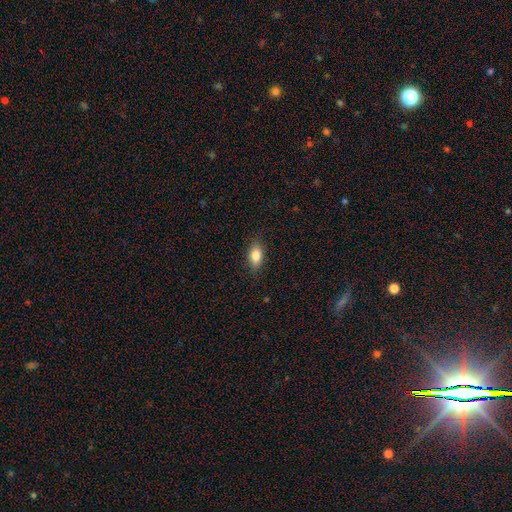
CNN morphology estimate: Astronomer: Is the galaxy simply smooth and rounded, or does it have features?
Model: smooth — 82%.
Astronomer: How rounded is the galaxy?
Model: in between — 87%.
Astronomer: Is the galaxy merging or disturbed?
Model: none — 86%.